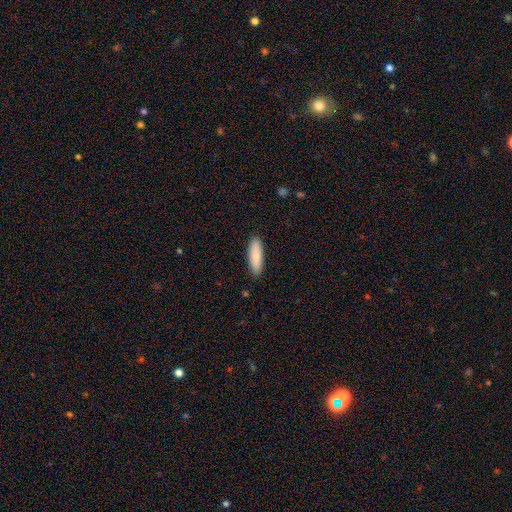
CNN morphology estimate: Q: Smooth or featured?
A: smooth (85%); runner-up: featured or disk (9%)
Q: How rounded?
A: cigar-shaped (55%); runner-up: in between (43%)
Q: Merging?
A: none (90%); runner-up: minor disturbance (8%)